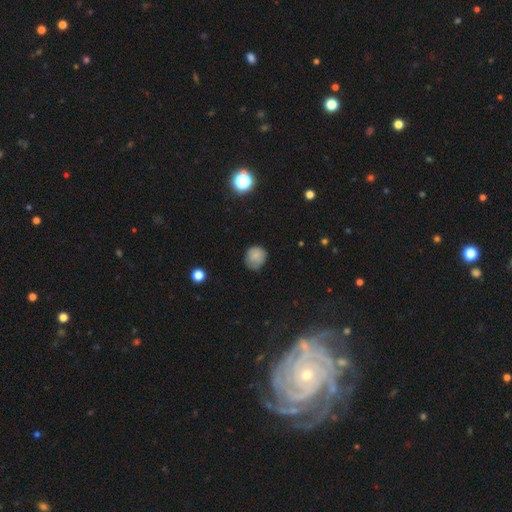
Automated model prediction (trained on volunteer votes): Smooth or featured?
  - smooth: 78% *
  - star or artifact: 11%
  - featured or disk: 11%
How rounded?
  - round: 84% *
  - in between: 15%
  - cigar-shaped: 1%
Merging?
  - none: 67% *
  - minor disturbance: 27%
  - major disturbance: 6%
  - merger: 1%